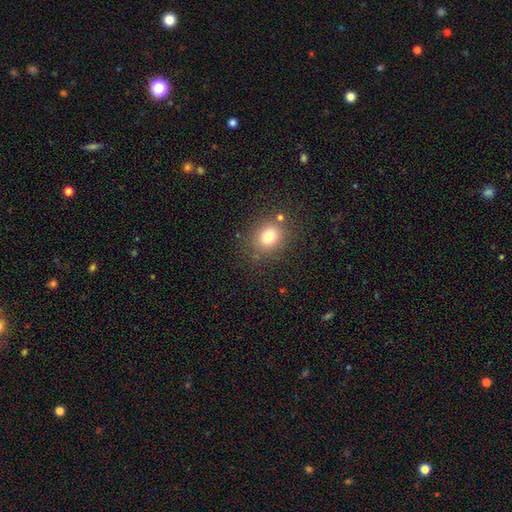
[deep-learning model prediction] A smooth galaxy with no disk features (66%) that is round (66%). Merging: none (87%).